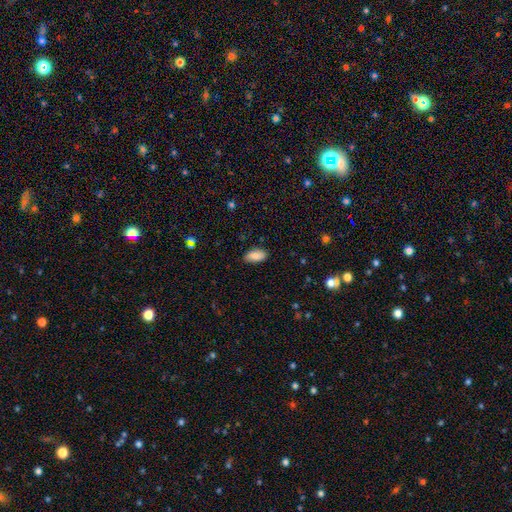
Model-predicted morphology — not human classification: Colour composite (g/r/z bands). It shows a smooth galaxy with no disk features (86%) that is in between round and cigar-shaped (94%). Merging: none (82%).